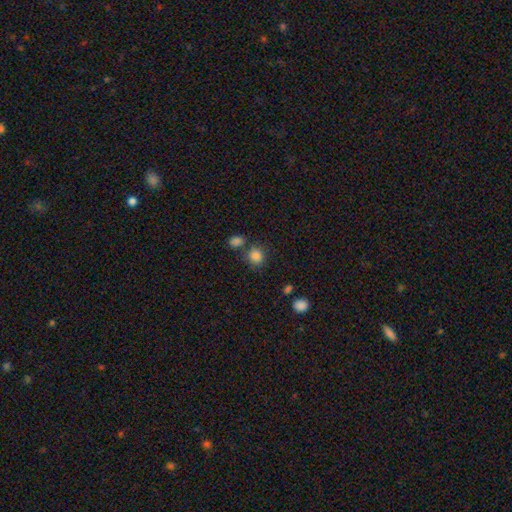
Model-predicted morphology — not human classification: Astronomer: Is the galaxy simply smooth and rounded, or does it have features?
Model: smooth — 85%.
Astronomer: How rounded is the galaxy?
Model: round — 77%.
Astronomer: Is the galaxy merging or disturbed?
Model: none — 66%.